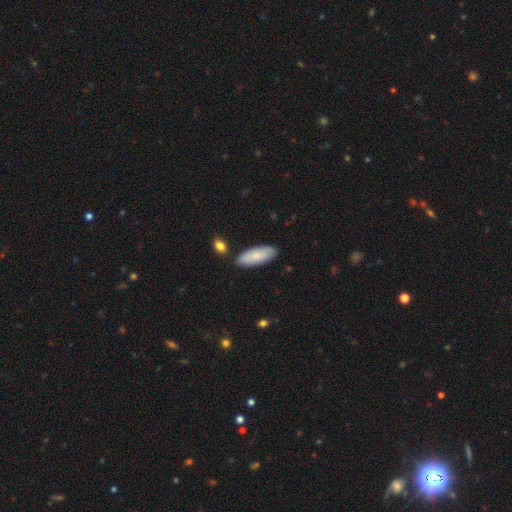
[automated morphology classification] Smooth or featured: smooth — 80% (featured or disk — 14%)
How rounded: in between — 78% (cigar-shaped — 21%)
Merging: none — 83% (minor disturbance — 11%)